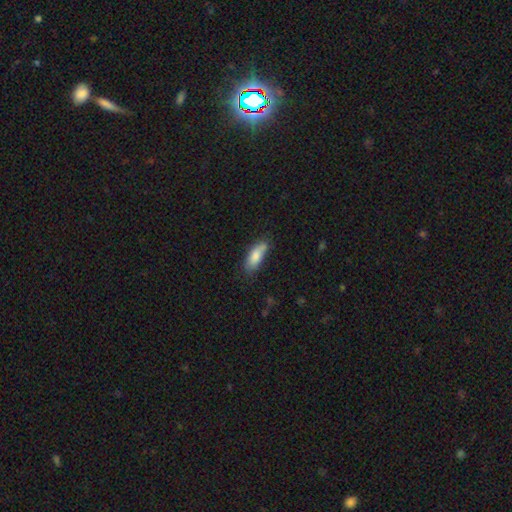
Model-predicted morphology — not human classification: This is clearly a smooth galaxy (81%). How rounded: likely in between (69%). Merging: likely none (66%).